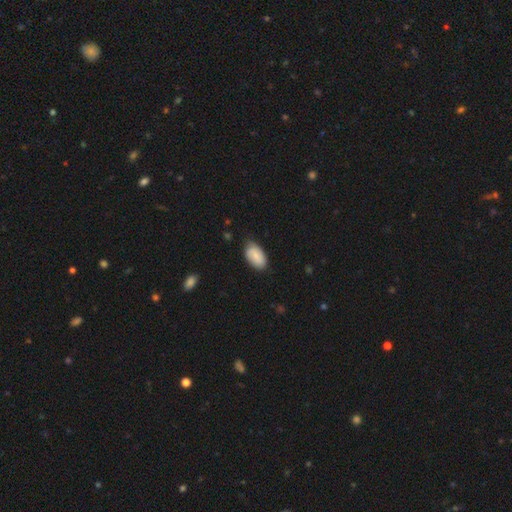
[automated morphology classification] smooth_or_featured: smooth (p=0.79) [alt: featured or disk p=0.15]
how_rounded: in between (p=0.94) [alt: round p=0.04]
merging: none (p=0.74) [alt: minor disturbance p=0.22]